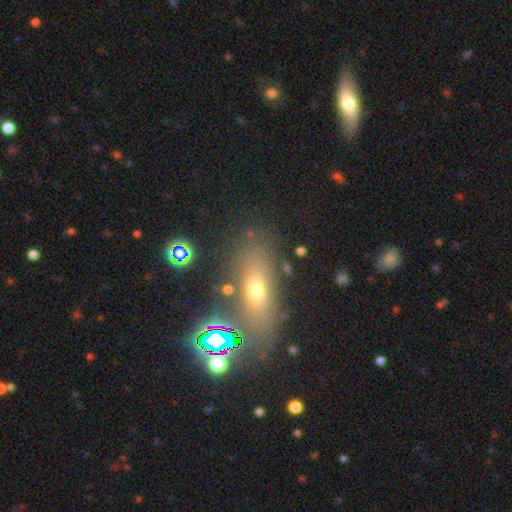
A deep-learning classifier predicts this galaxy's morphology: Smooth or featured? Predicted: smooth (p=0.54). How rounded? Predicted: in between (p=0.56). Merging? Predicted: none (p=0.74).